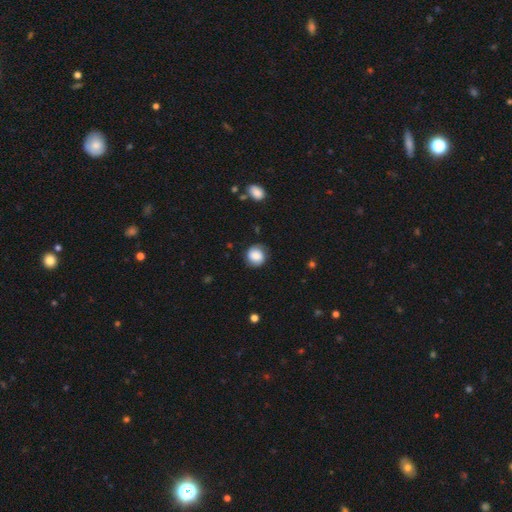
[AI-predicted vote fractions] Smooth or featured: smooth — 78% (featured or disk — 13%)
How rounded: round — 87% (in between — 12%)
Merging: none — 81% (minor disturbance — 14%)